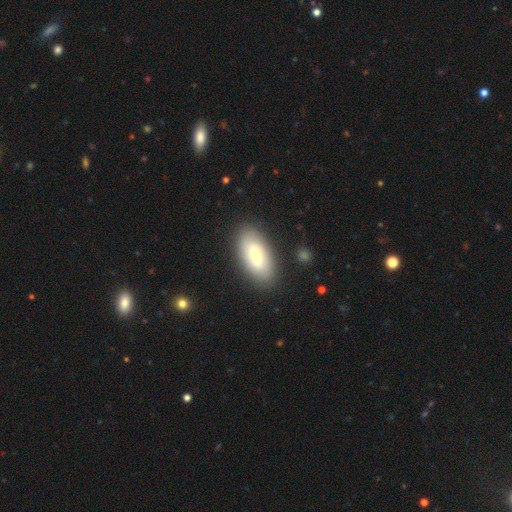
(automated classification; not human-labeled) Smooth or featured: smooth — 67% (featured or disk — 27%)
How rounded: in between — 88% (cigar-shaped — 9%)
Merging: none — 84% (minor disturbance — 11%)